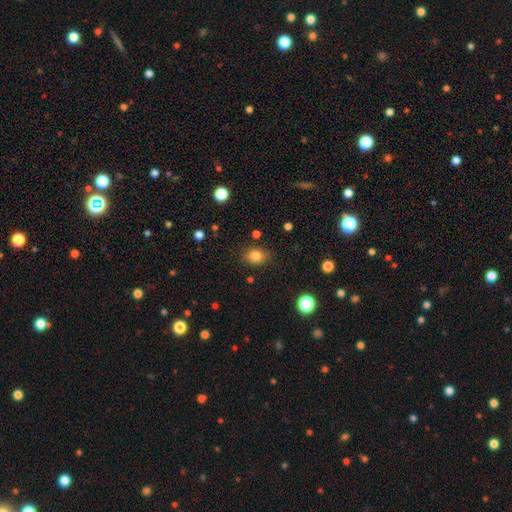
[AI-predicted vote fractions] smooth-or-featured: smooth: 81% | star or artifact: 11% | featured or disk: 8%
  how-rounded: in between: 56% | round: 43% | cigar-shaped: 1%
  merging: none: 82% | minor disturbance: 12% | major disturbance: 3% | merger: 2%